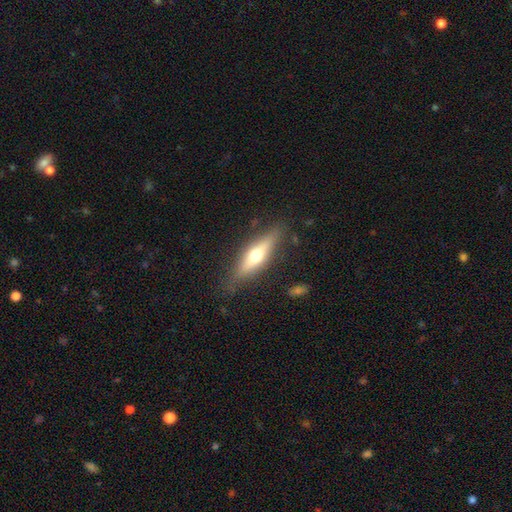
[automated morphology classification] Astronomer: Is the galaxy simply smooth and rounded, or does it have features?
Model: featured or disk — 51% (runner-up: smooth, 43%).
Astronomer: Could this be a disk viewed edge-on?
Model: yes — 87%.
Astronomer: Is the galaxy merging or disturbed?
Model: none — 82%.